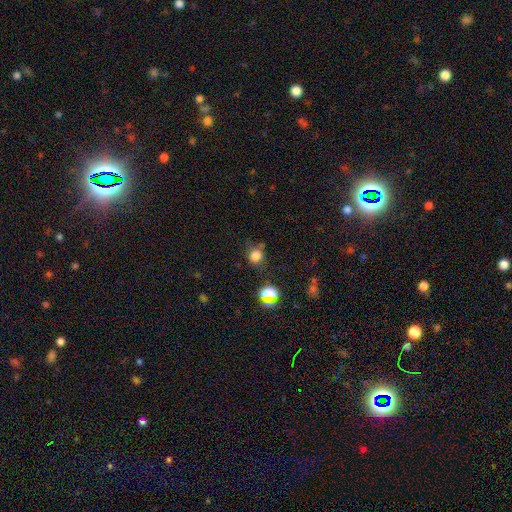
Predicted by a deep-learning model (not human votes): Overall: smooth (76%). How rounded: round (82%). Merging: none (68%).